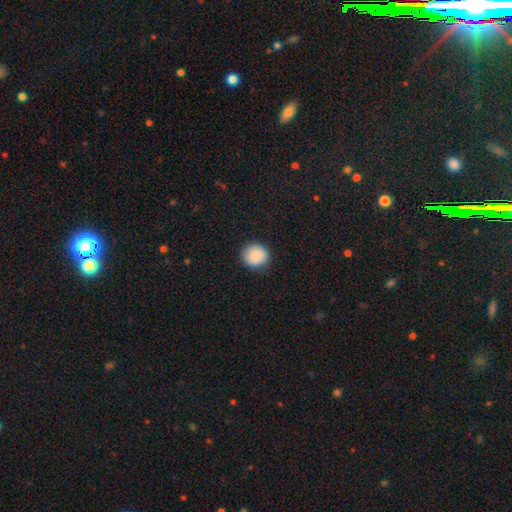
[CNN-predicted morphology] This is clearly a smooth galaxy (88%). How rounded: clearly round (88%). Merging: clearly none (88%).